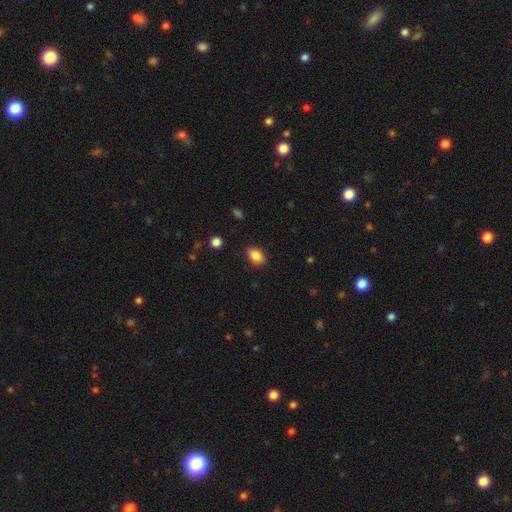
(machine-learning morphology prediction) smooth 87%, star or artifact 9%, featured or disk 5%. Down the decision tree: how rounded — in between (84%); merging — none (86%).